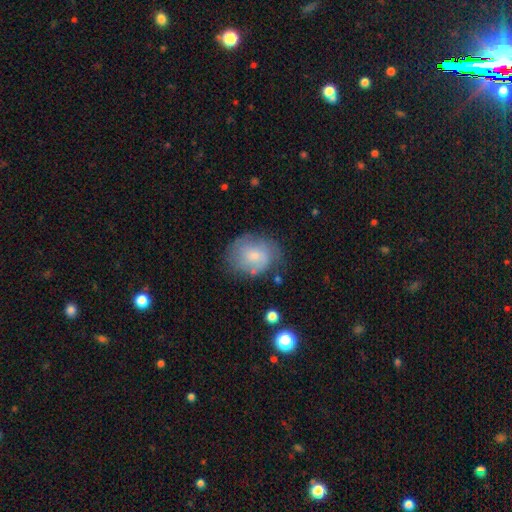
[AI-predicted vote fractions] A smooth galaxy with no disk features (54%) that is round (52%). Merging: none (66%).